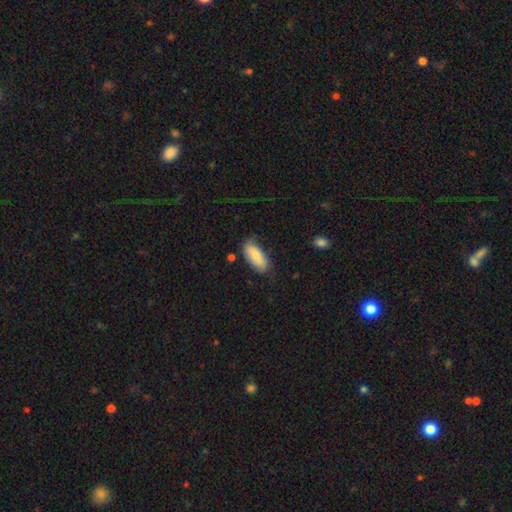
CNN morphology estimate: smooth-or-featured: smooth: 75% | featured or disk: 19% | star or artifact: 6%
  how-rounded: in between: 86% | cigar-shaped: 11% | round: 2%
  merging: none: 70% | minor disturbance: 23% | major disturbance: 5% | merger: 2%